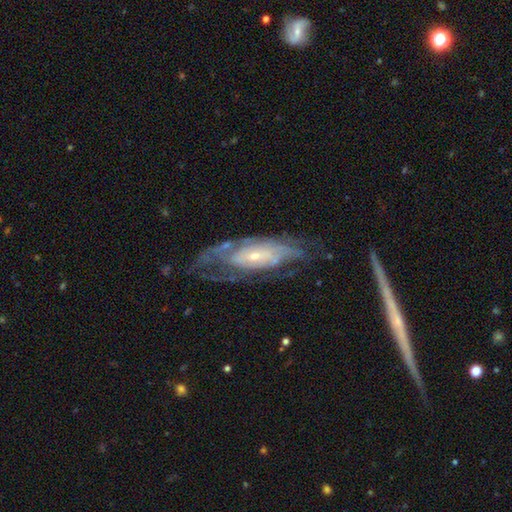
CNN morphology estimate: Smooth or featured? Predicted: featured or disk (p=0.78). Edge-on disk? Predicted: no (p=0.84). Bar? Predicted: no (p=0.62). Spiral arms? Predicted: yes (p=0.80). Spiral winding? Predicted: tight (p=0.58). Spiral arm count? Predicted: can't tell (p=0.58). Bulge size? Predicted: small (p=0.67). Merging? Predicted: none (p=0.54).